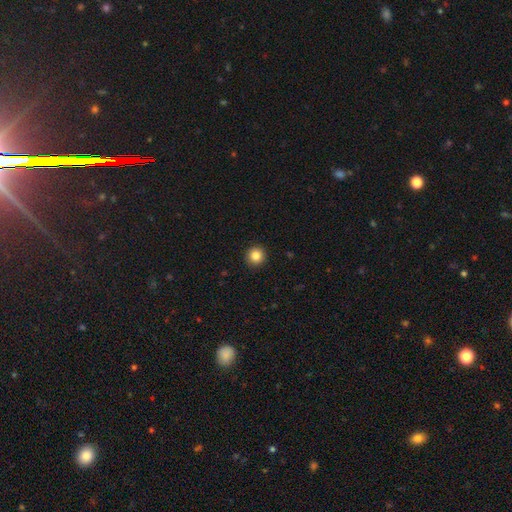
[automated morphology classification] Smooth or featured? Predicted: smooth (p=0.85). How rounded? Predicted: round (p=0.95). Merging? Predicted: none (p=0.93).